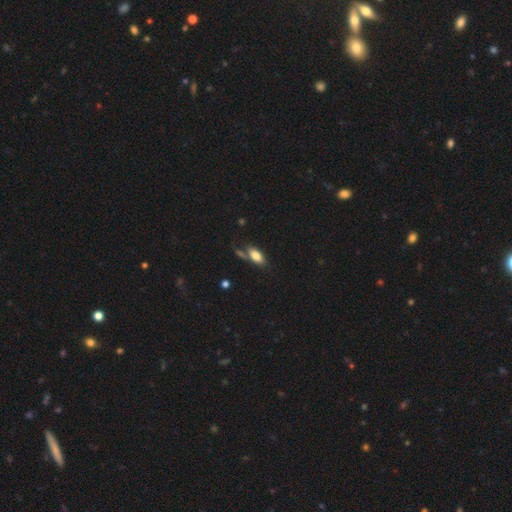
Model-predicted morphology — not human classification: Q: Smooth or featured?
A: smooth (77%); runner-up: featured or disk (15%)
Q: How rounded?
A: in between (84%); runner-up: cigar-shaped (13%)
Q: Merging?
A: none (59%); runner-up: minor disturbance (18%)